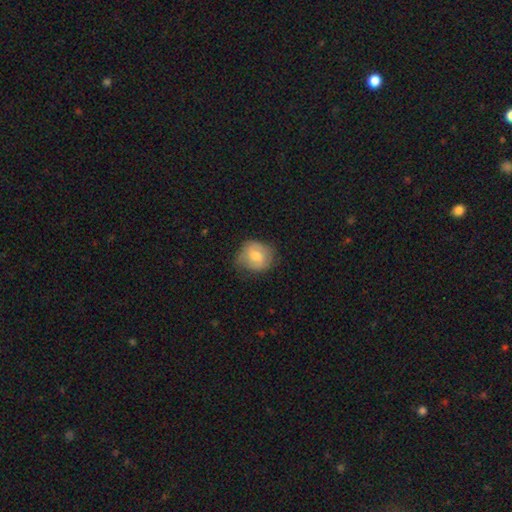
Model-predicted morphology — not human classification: Smooth or featured? smooth (66%)
How rounded? round (68%)
Merging? none (61%)